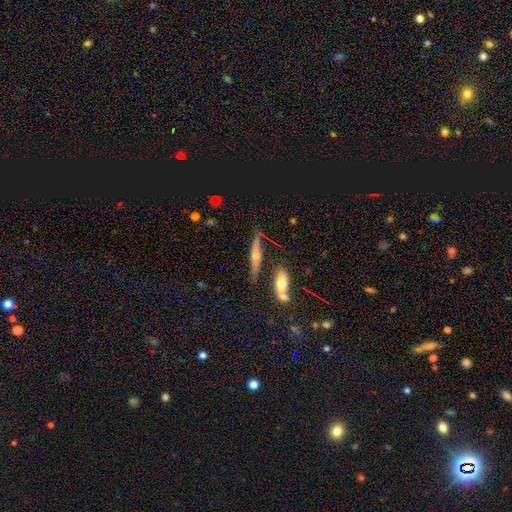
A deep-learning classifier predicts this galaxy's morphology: type=featured or disk (65%); edge-on=yes (92%); edge-on bulge=rounded (89%); merging=none (71%).